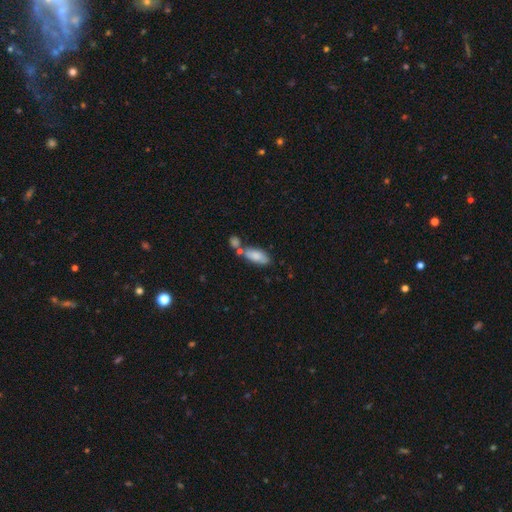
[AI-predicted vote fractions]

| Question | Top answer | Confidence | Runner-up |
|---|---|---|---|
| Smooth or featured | smooth | 81% | featured or disk (12%) |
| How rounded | in between | 82% | cigar-shaped (15%) |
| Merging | none | 50% | merger (29%) |